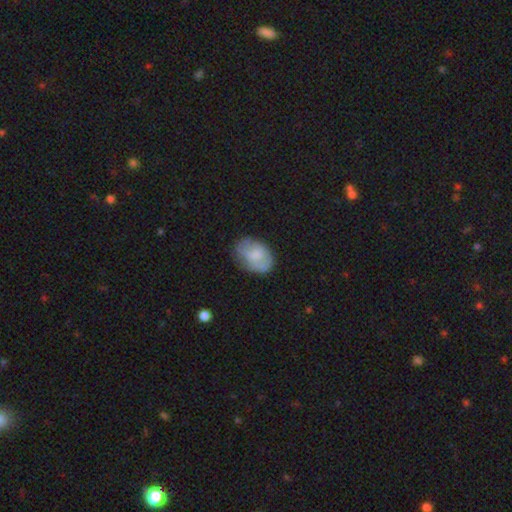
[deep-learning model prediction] Smooth or featured: smooth — 67% (featured or disk — 26%)
How rounded: in between — 81% (round — 18%)
Merging: none — 65% (minor disturbance — 25%)